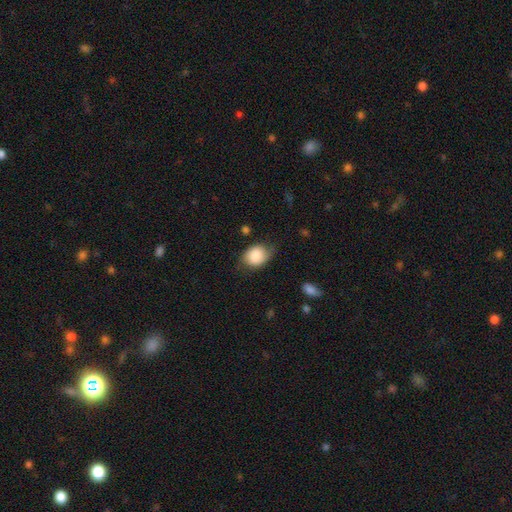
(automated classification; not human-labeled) Overall: smooth (80%). How rounded: in between (61%; round 38%). Merging: none (62%; minor disturbance 29%).